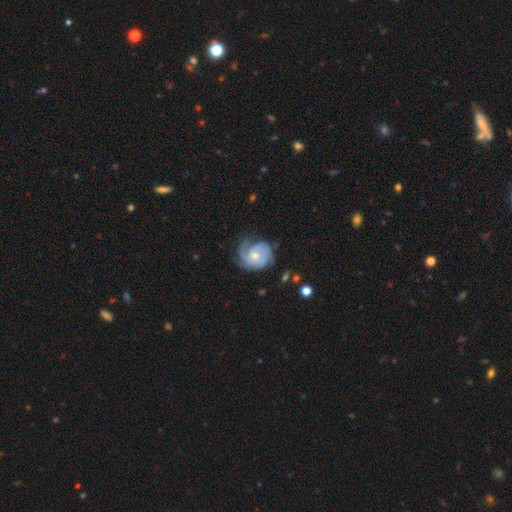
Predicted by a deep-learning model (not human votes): Morphology: type=featured or disk (79%); edge-on=no (98%); bar=no (71%); spiral arms=yes (93%); winding=tight (53%); arm count=3 (27%); bulge=moderate (49%); merging=none (55%).